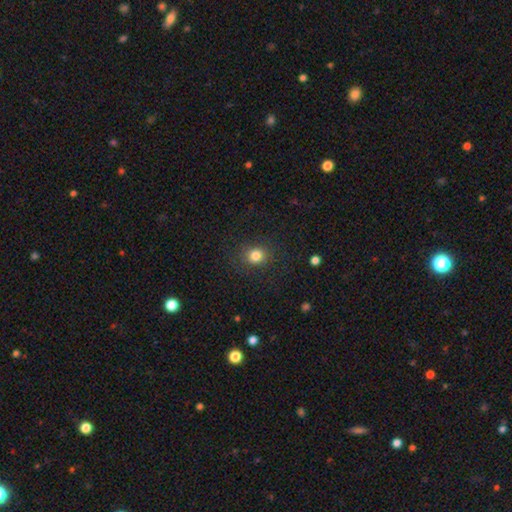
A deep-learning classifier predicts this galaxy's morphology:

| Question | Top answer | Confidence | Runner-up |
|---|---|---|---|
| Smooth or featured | smooth | 81% | star or artifact (13%) |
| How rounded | round | 73% | in between (26%) |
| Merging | none | 85% | minor disturbance (10%) |